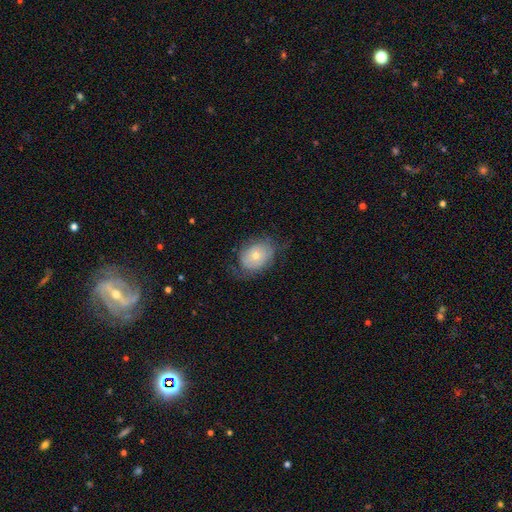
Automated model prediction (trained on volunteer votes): Smooth or featured: smooth — 54% (featured or disk — 38%)
How rounded: in between — 65% (round — 34%)
Merging: none — 57% (minor disturbance — 26%)